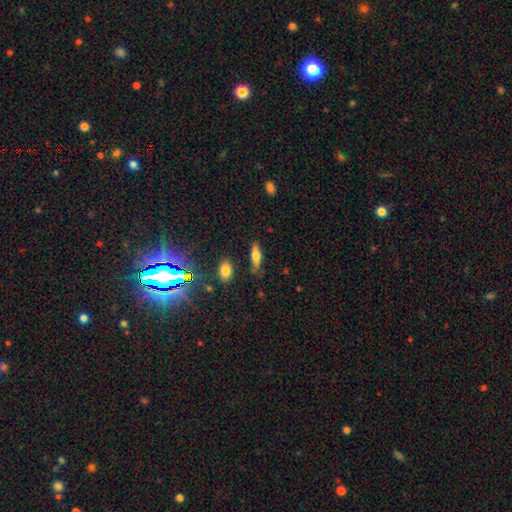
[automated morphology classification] Overall: smooth (63%; featured or disk 27%). How rounded: cigar-shaped (50%; in between 47%). Merging: none (78%).